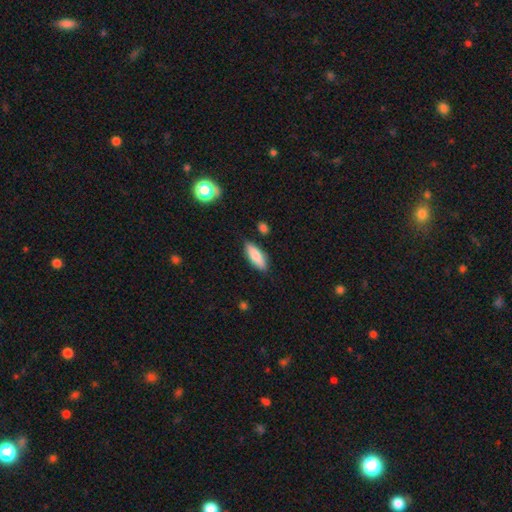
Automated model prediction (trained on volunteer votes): This is clearly a smooth galaxy (81%). How rounded: likely in between (62%). Merging: clearly none (84%).